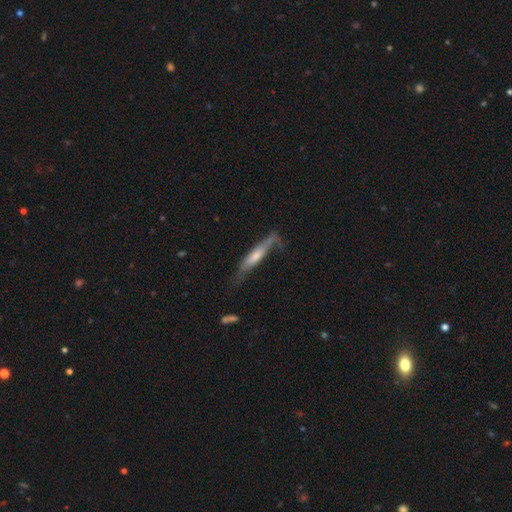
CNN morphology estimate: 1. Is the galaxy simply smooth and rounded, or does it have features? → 53% featured or disk, 40% smooth, 7% star or artifact.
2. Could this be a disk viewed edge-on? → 74% yes, 26% no.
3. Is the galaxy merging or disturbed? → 47% none, 28% minor disturbance, 21% major disturbance, 4% merger.